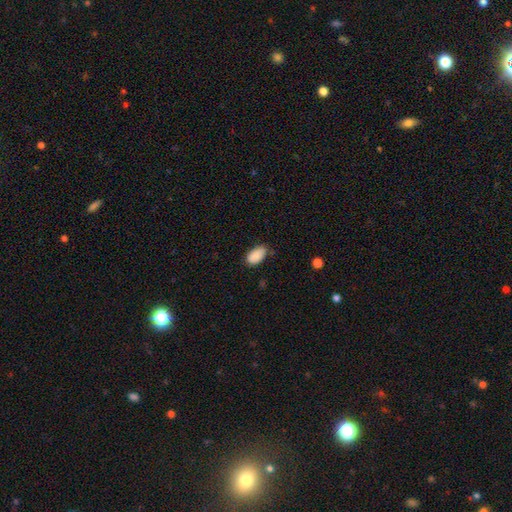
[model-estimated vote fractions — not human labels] This is clearly a smooth galaxy (90%). How rounded: clearly in between (94%). Merging: likely none (72%).